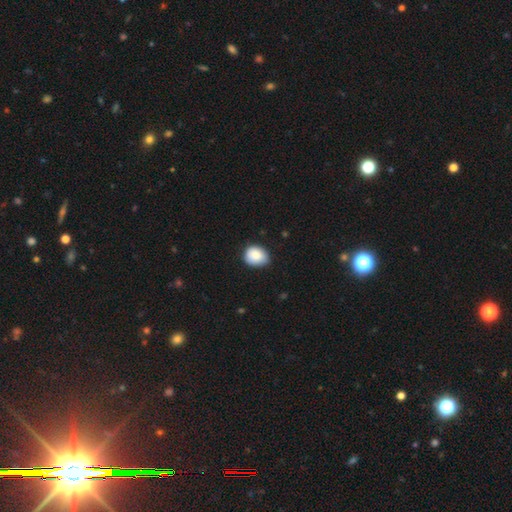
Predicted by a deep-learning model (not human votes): smooth 86%, star or artifact 8%, featured or disk 7%. Down the decision tree: how rounded — round (56%); merging — none (72%).